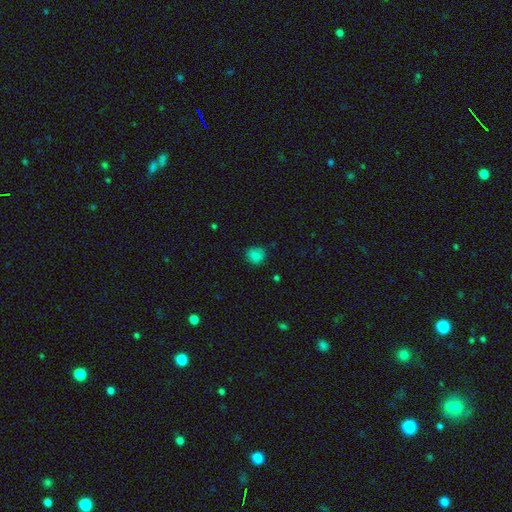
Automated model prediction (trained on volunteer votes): Smooth or featured?
  - smooth: 82% *
  - star or artifact: 14%
  - featured or disk: 4%
How rounded?
  - round: 79% *
  - in between: 20%
  - cigar-shaped: 1%
Merging?
  - none: 79% *
  - minor disturbance: 16%
  - major disturbance: 4%
  - merger: 1%